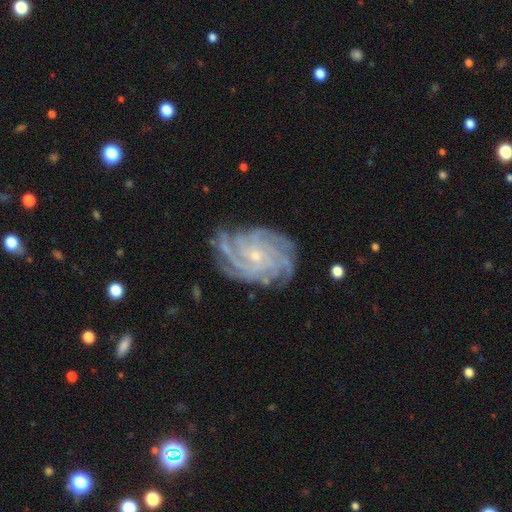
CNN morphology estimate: A featured or disk galaxy (89%) with no bar (71%), more than 4 (34%) tight (76%) spiral arms (98%) and a small central bulge (80%).

Vote fractions:
- Smooth or featured? featured or disk: 89% / star or artifact: 6% / smooth: 5%
- Edge-on disk? no: 97% / yes: 3%
- Bar? no: 71% / weak: 22% / strong: 7%
- Spiral arms? yes: 98% / no: 2%
- Spiral winding? tight: 76% / medium: 20% / loose: 4%
- Spiral arm count? more than 4: 34% / 4: 26% / can't tell: 15% / 3: 9% / 2: 8% / 1: 7%
- Bulge size? small: 80% / moderate: 16% / none: 2% / large: 1% / dominant: 1%
- Merging? none: 80% / minor disturbance: 14% / major disturbance: 5% / merger: 1%